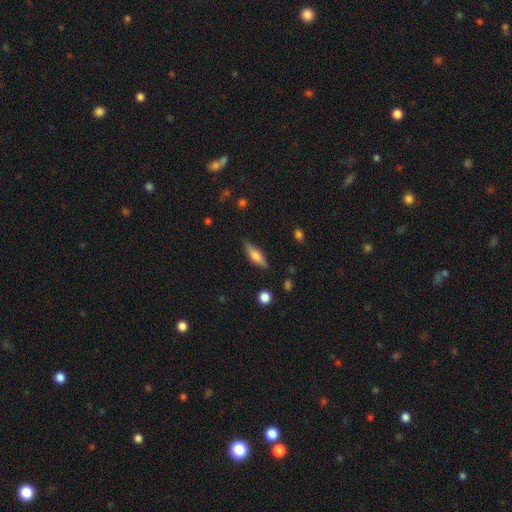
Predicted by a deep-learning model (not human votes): A smooth galaxy with no disk features (53%) that is cigar-shaped (56%).

Vote fractions:
- Smooth or featured? smooth: 53% / featured or disk: 40% / star or artifact: 7%
- How rounded? cigar-shaped: 56% / in between: 42% / round: 3%
- Merging? none: 84% / minor disturbance: 11% / major disturbance: 3% / merger: 2%